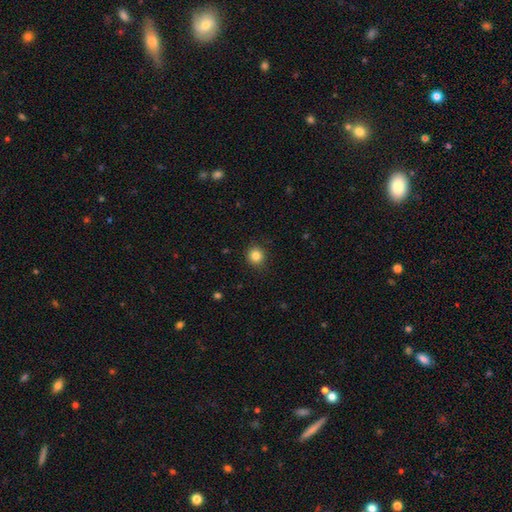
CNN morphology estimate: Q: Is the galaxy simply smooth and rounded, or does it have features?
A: smooth — 83%.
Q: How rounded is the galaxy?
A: round — 90%.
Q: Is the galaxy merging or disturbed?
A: none — 91%.